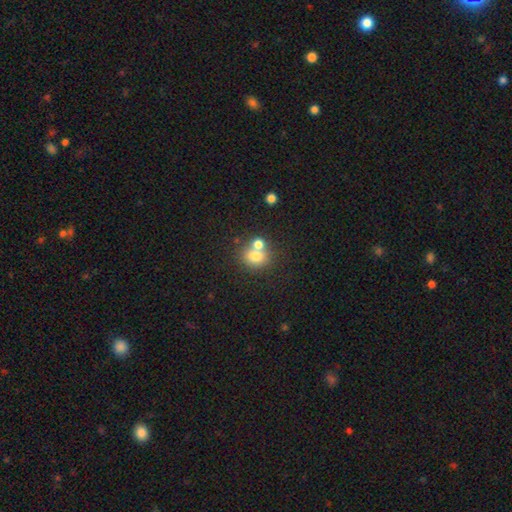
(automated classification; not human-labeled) smooth_or_featured: smooth (p=0.74) [alt: featured or disk p=0.13]
how_rounded: round (p=0.72) [alt: in between p=0.27]
merging: none (p=0.47) [alt: merger p=0.42]